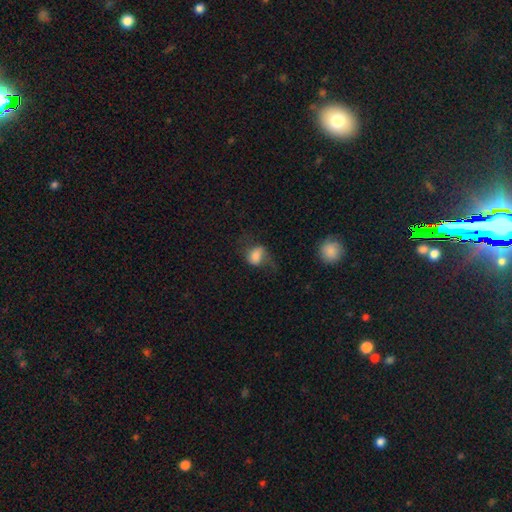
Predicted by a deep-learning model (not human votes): This is likely a smooth galaxy (69%). How rounded: likely in between (68%). Merging: marginally none (38%).